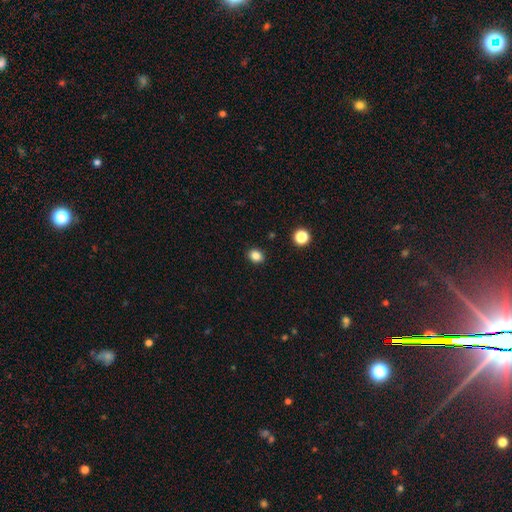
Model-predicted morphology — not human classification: type=smooth (85%); roundness=round (55%); merging=none (89%).